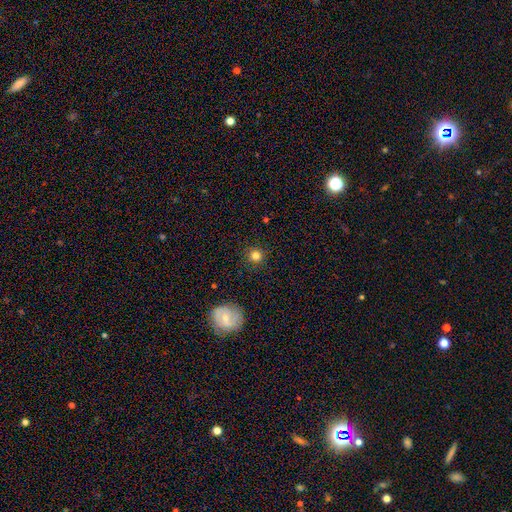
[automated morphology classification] Overall: smooth (81%). How rounded: round (93%). Merging: none (89%).